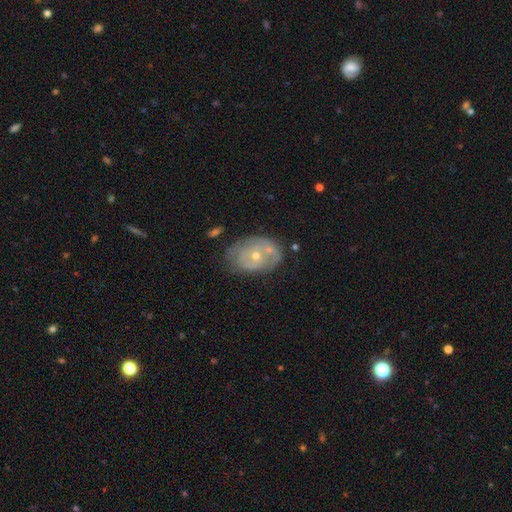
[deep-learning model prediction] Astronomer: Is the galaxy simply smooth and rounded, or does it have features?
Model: featured or disk — 70%.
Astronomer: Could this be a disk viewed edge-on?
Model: no — 96%.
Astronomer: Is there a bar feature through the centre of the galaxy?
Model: no — 80%.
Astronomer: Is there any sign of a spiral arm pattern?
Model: yes — 70%.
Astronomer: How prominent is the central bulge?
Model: small — 57% (runner-up: moderate, 40%).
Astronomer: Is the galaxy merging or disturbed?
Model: none — 60%.